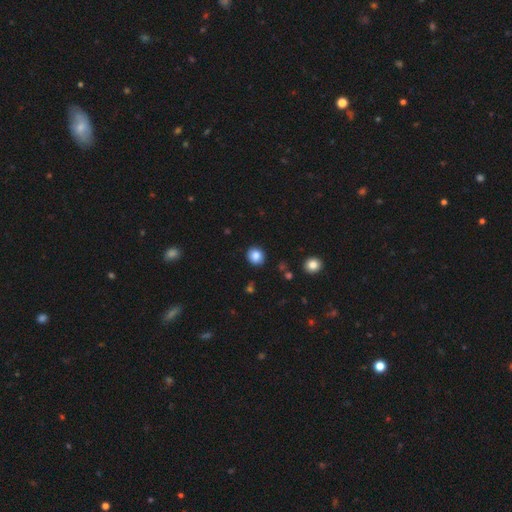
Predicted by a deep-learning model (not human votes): The model was most divided on "how rounded": round: 82%, in between: 17%, cigar-shaped: 1%. More confident: merging — none (89%); smooth or featured — smooth (85%).